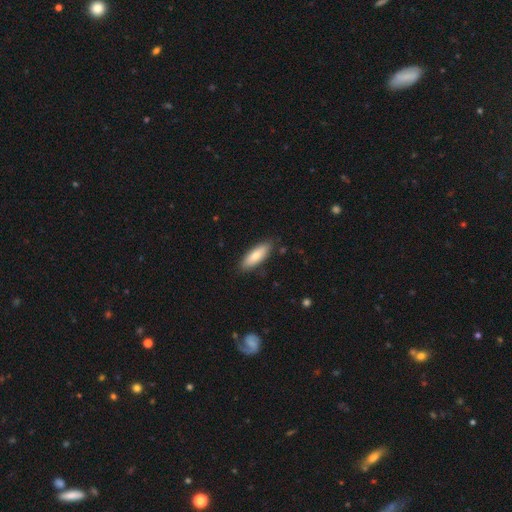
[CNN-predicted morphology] smooth 81%, featured or disk 14%, star or artifact 5%. Down the decision tree: how rounded — in between (61%); merging — none (85%).